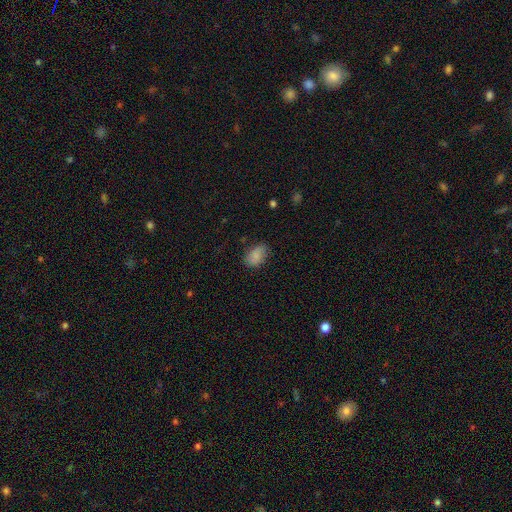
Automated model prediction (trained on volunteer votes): smooth 85%, star or artifact 8%, featured or disk 7%. Down the decision tree: how rounded — in between (87%); merging — none (76%).